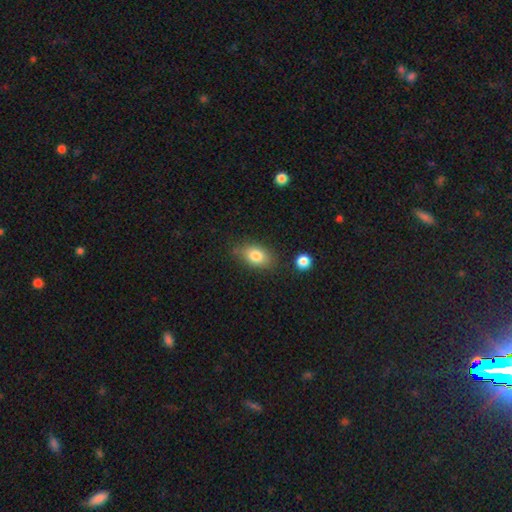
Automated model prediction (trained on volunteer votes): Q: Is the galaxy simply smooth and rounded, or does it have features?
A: smooth — 82%.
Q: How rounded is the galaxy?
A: in between — 84%.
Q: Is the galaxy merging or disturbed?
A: none — 75%.